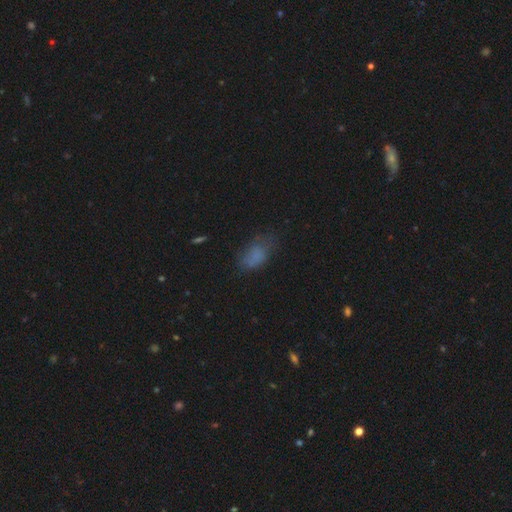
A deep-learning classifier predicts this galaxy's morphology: Smooth or featured? Predicted: smooth (p=0.74). How rounded? Predicted: in between (p=0.88). Merging? Predicted: none (p=0.53).